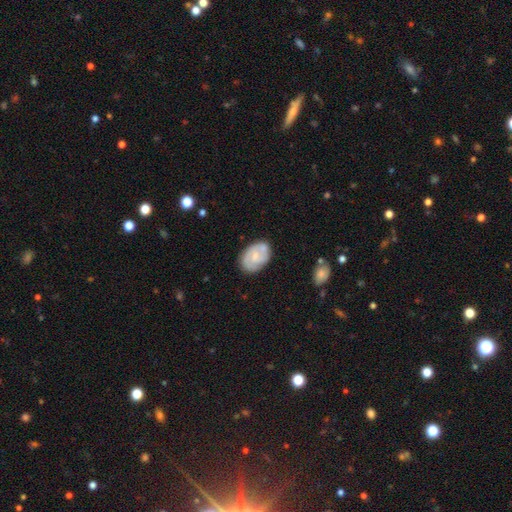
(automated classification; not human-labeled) smooth_or_featured: featured or disk (p=0.51) [alt: smooth p=0.42]
disk_edge_on: no (p=0.97) [alt: yes p=0.03]
merging: none (p=0.72) [alt: minor disturbance p=0.19]